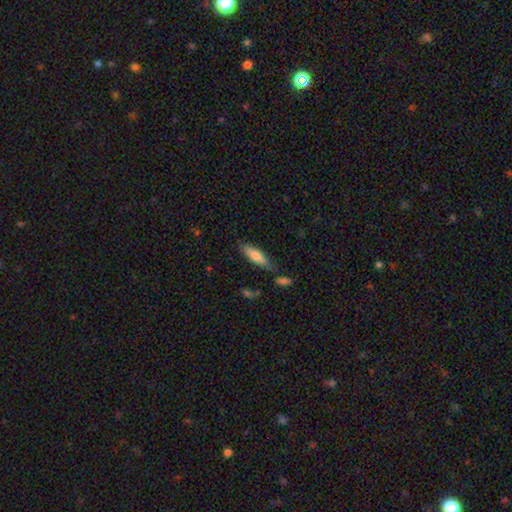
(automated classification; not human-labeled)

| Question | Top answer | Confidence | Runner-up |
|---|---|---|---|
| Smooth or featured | smooth | 75% | featured or disk (19%) |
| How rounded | cigar-shaped | 55% | in between (44%) |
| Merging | none | 73% | minor disturbance (17%) |